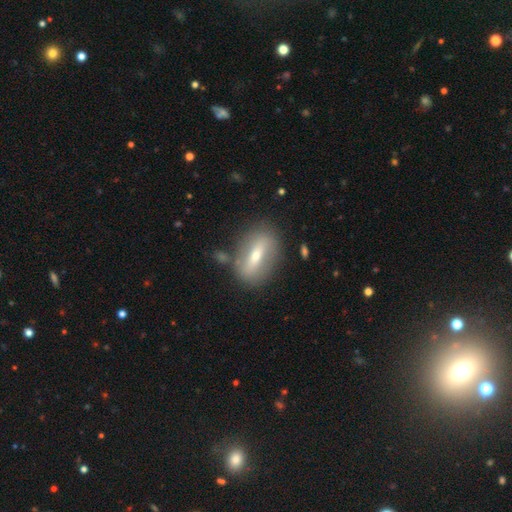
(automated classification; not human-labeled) Morphology: type=featured or disk (49%); merging=none (78%).